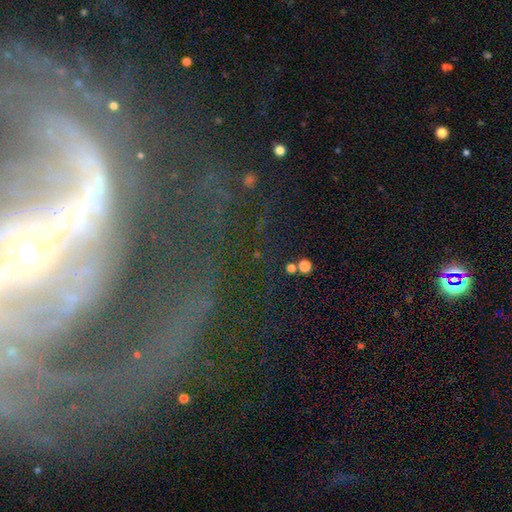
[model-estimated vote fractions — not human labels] A featured or disk galaxy (82%) with a strong bar (55%), 2 (63%) loose (41%) spiral arms (83%) and a small central bulge (65%). Merging: none (48%).